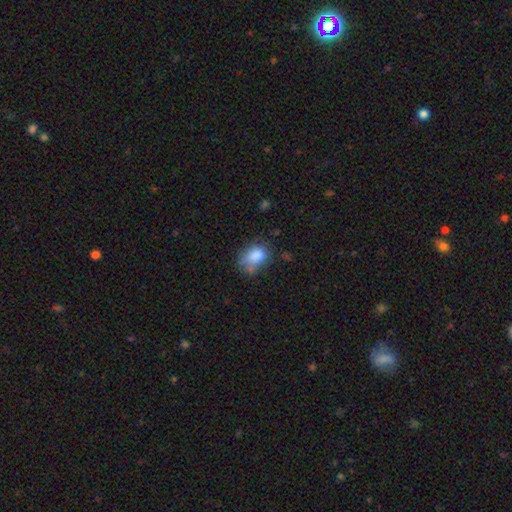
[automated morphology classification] A smooth galaxy with no disk features (81%) that is in between round and cigar-shaped (71%).

Vote fractions:
- Smooth or featured? smooth: 81% / star or artifact: 10% / featured or disk: 9%
- How rounded? in between: 71% / round: 28% / cigar-shaped: 1%
- Merging? none: 49% / minor disturbance: 29% / major disturbance: 12% / merger: 10%